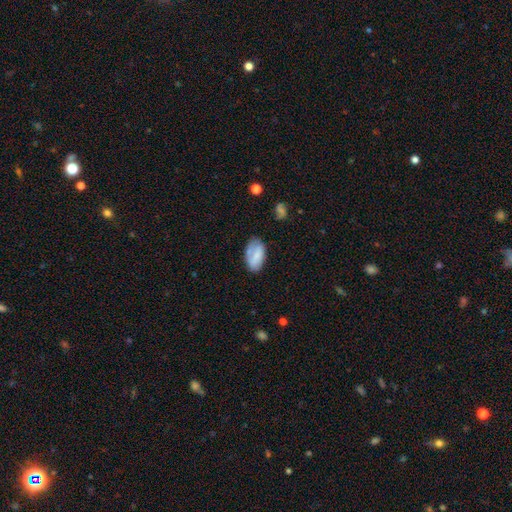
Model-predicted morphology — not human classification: Overall: smooth (72%). How rounded: in between (93%). Merging: none (61%; minor disturbance 27%).